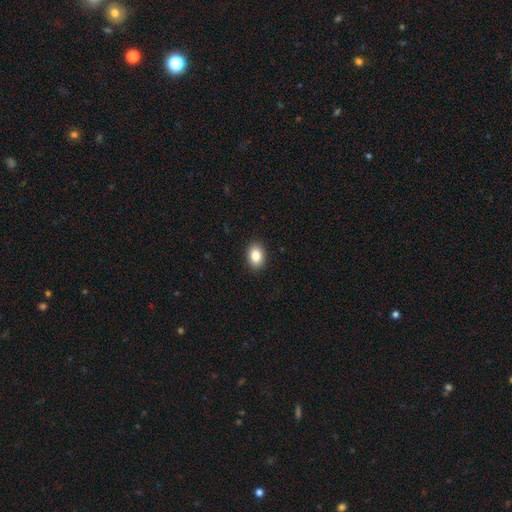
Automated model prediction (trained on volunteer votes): A smooth galaxy with no disk features (86%) that is in between round and cigar-shaped (80%). Merging: none (91%).